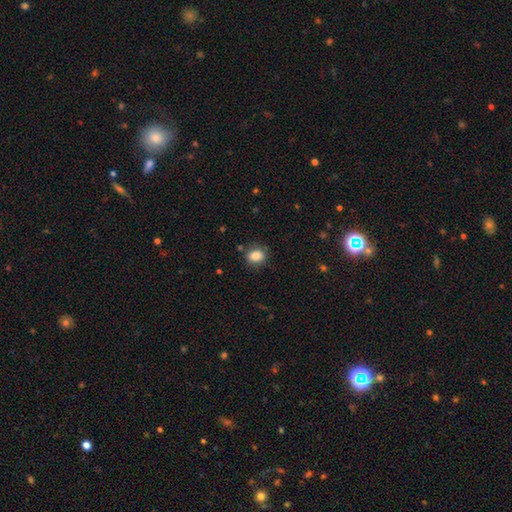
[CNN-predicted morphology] This is clearly a smooth galaxy (84%). How rounded: possibly round (57%). Merging: clearly none (82%).